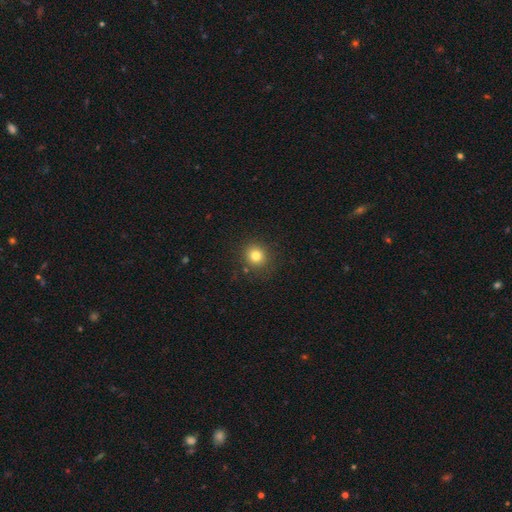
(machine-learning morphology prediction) Smooth or featured? smooth (80%)
How rounded? round (88%)
Merging? none (87%)